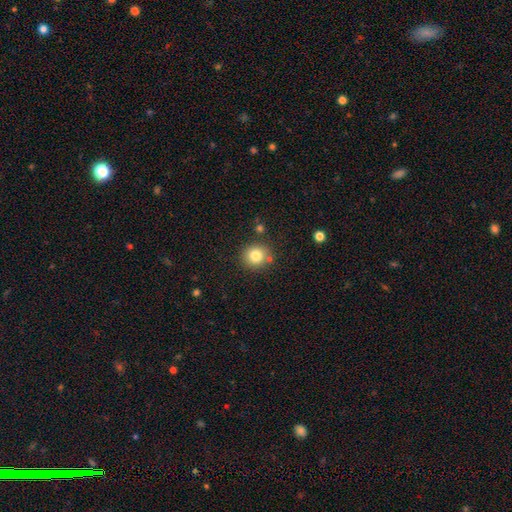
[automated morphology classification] Overall: smooth (81%). How rounded: round (90%). Merging: none (83%).